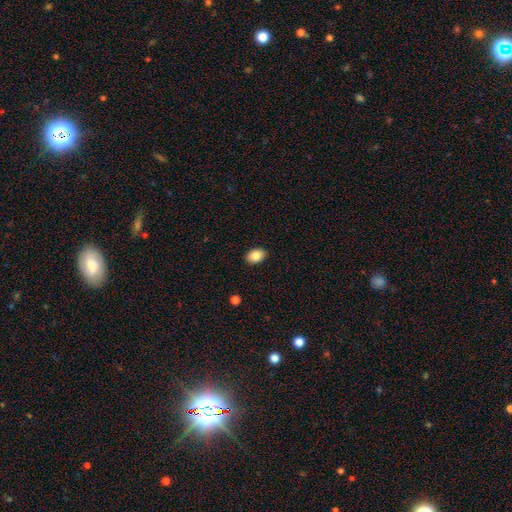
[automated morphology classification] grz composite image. It shows a smooth galaxy with no disk features (86%) that is in between round and cigar-shaped (82%). Merging: none (90%).